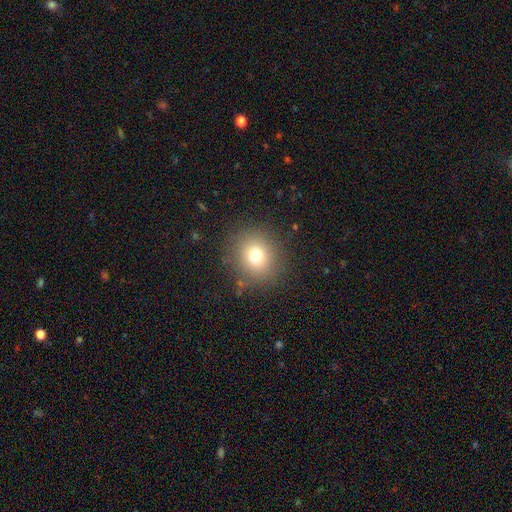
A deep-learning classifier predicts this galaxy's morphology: Smooth or featured? smooth (75%)
How rounded? round (86%)
Merging? none (86%)